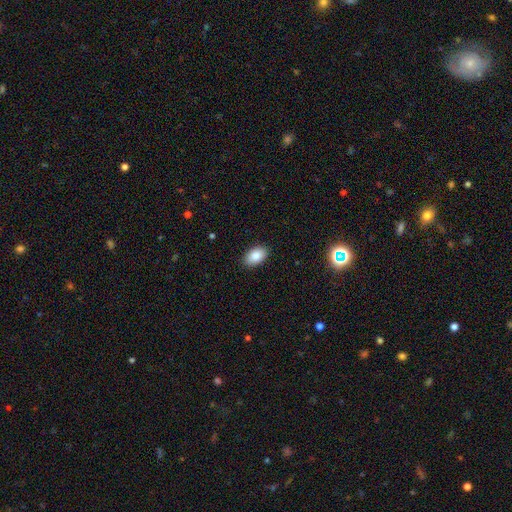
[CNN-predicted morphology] smooth-or-featured: smooth: 85% | star or artifact: 8% | featured or disk: 8%
  how-rounded: in between: 92% | round: 6% | cigar-shaped: 1%
  merging: none: 89% | minor disturbance: 8% | major disturbance: 2% | merger: 1%